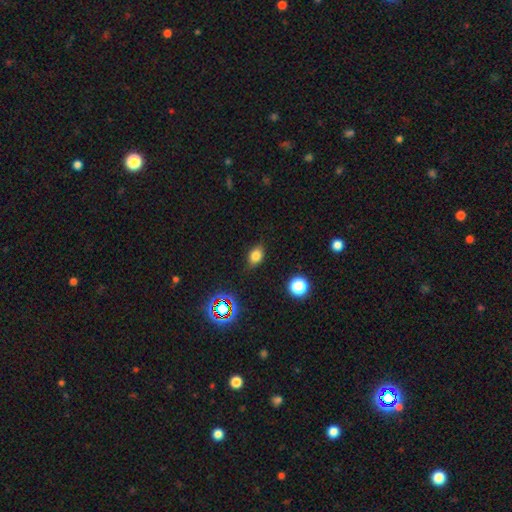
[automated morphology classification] Overall: smooth (76%). How rounded: in between (75%). Merging: none (82%).